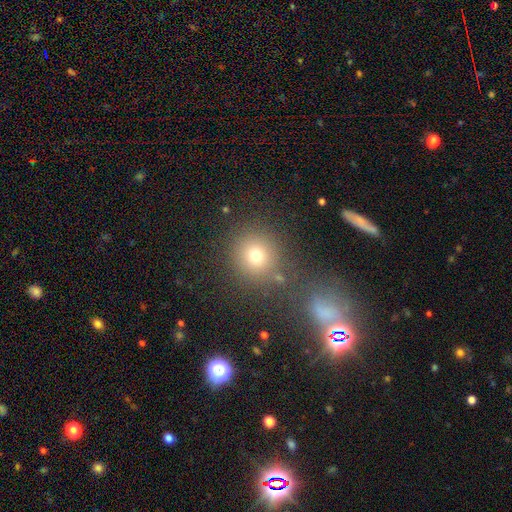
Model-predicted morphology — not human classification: Smooth or featured? smooth (74%)
How rounded? round (92%)
Merging? none (78%)